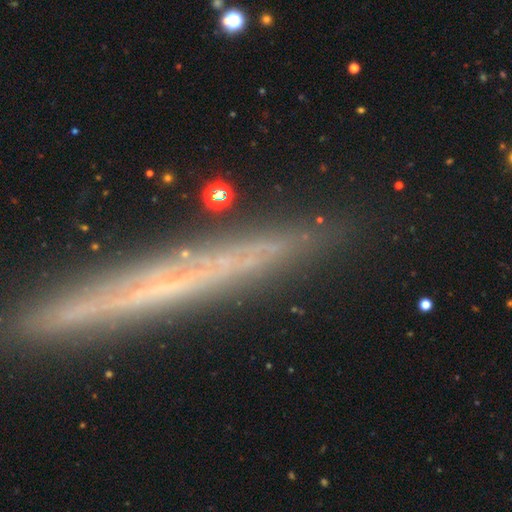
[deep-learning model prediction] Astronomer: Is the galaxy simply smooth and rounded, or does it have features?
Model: featured or disk — 48% (runner-up: star or artifact, 28%).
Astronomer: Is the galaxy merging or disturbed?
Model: none — 80%.